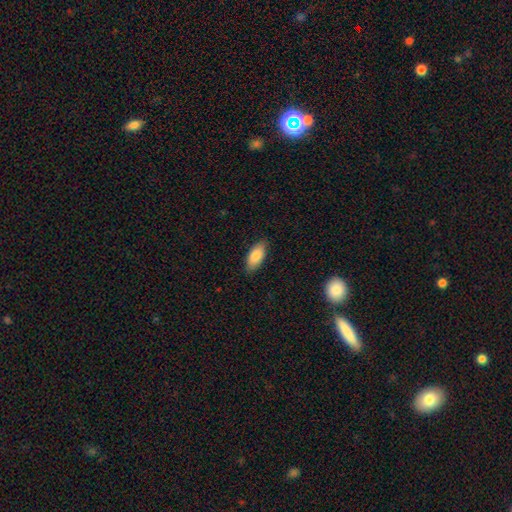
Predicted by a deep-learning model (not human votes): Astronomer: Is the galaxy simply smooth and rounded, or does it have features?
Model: smooth — 86%.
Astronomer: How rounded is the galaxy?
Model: in between — 88%.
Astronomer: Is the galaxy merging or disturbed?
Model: none — 86%.